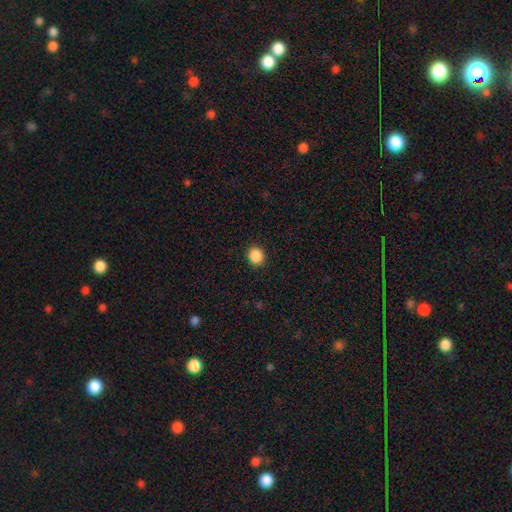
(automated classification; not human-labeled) smooth 89%, star or artifact 9%, featured or disk 2%. Down the decision tree: how rounded — round (82%); merging — none (91%).